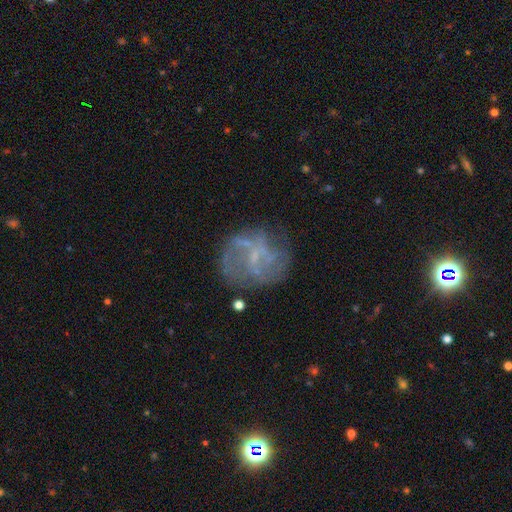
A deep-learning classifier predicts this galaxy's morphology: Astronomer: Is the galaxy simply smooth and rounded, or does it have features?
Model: featured or disk — 67%.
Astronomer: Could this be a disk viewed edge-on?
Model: no — 98%.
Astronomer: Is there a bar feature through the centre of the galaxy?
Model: no — 48% (runner-up: weak, 41%).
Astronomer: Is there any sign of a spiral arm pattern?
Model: yes — 69%.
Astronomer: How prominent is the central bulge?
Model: small — 55% (runner-up: none, 33%).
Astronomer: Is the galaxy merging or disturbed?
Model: none — 64%.